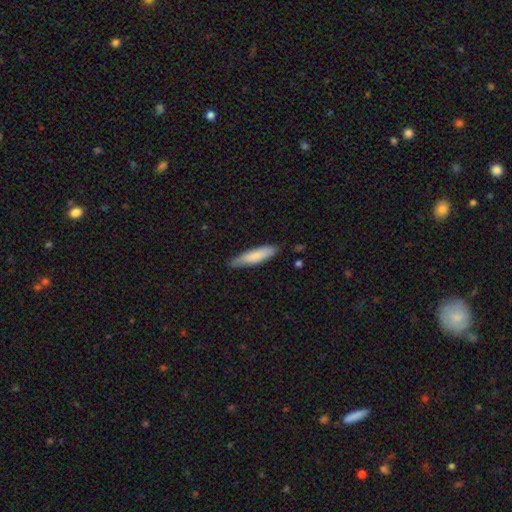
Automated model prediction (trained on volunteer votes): Q: Smooth or featured?
A: smooth (78%); runner-up: featured or disk (16%)
Q: How rounded?
A: cigar-shaped (74%); runner-up: in between (24%)
Q: Merging?
A: none (78%); runner-up: minor disturbance (18%)